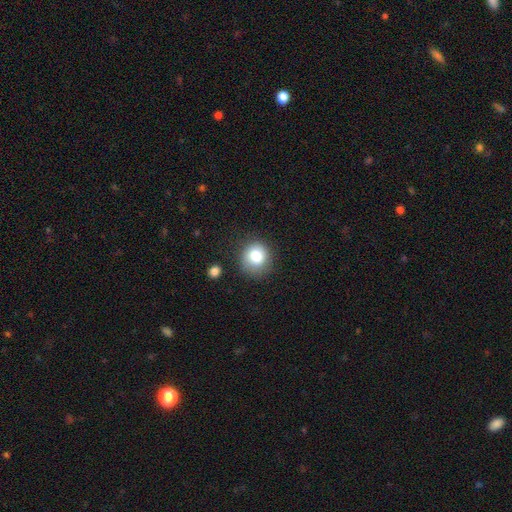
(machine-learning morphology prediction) smooth-or-featured: smooth: 81% | star or artifact: 10% | featured or disk: 9%
  how-rounded: round: 84% | in between: 15% | cigar-shaped: 1%
  merging: none: 75% | minor disturbance: 17% | major disturbance: 5% | merger: 3%